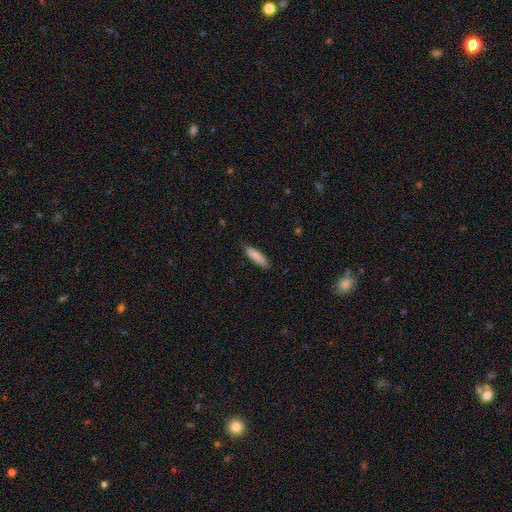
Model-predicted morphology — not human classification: Overall: smooth (85%). How rounded: cigar-shaped (75%). Merging: none (84%).